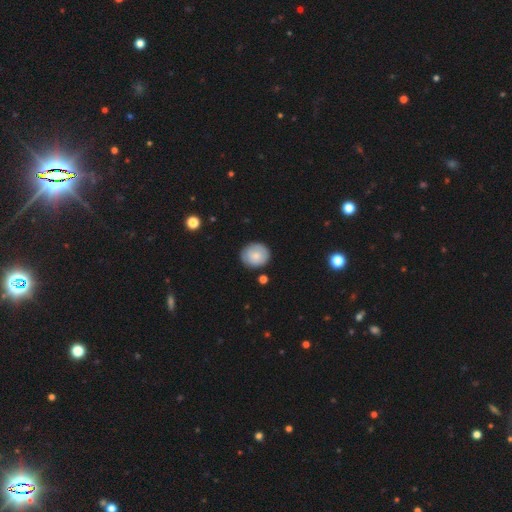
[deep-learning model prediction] Morphology: type=smooth (78%); roundness=round (78%); merging=none (83%).